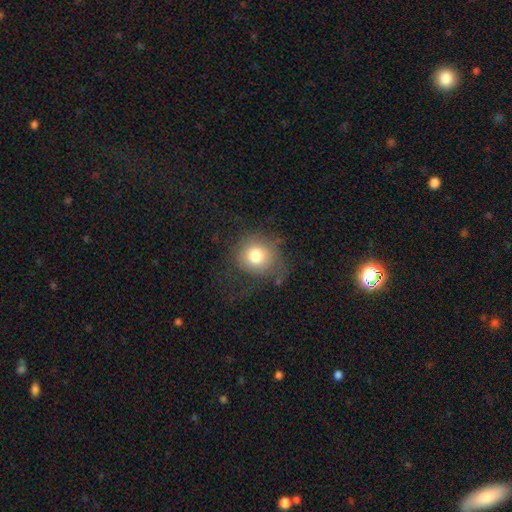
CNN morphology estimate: Smooth or featured: smooth — 75% (featured or disk — 13%)
How rounded: round — 88% (in between — 11%)
Merging: none — 62% (minor disturbance — 20%)